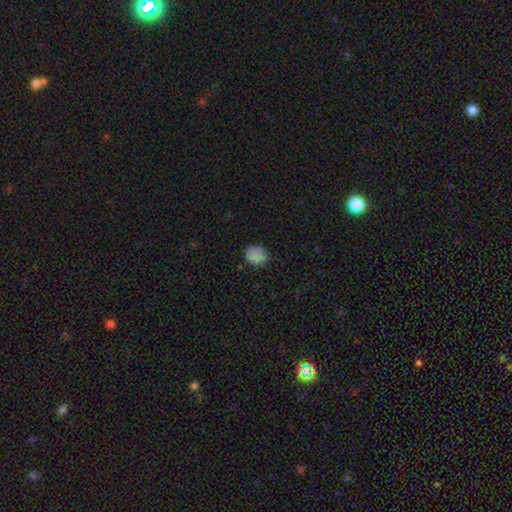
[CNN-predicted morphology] Smooth or featured? Predicted: smooth (p=0.87). How rounded? Predicted: round (p=0.60). Merging? Predicted: none (p=0.83).